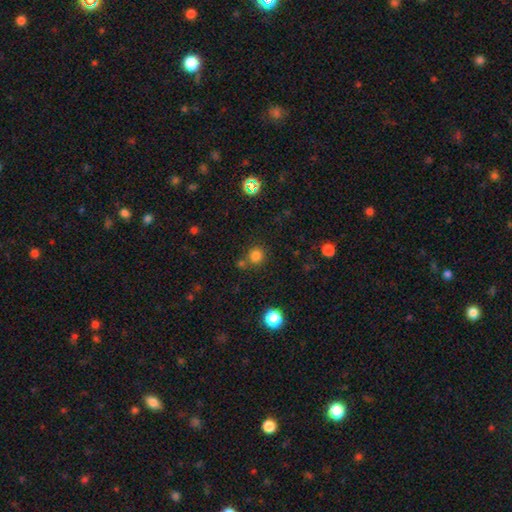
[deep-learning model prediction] A smooth galaxy with no disk features (78%) that is round (90%). Merging: none (71%).